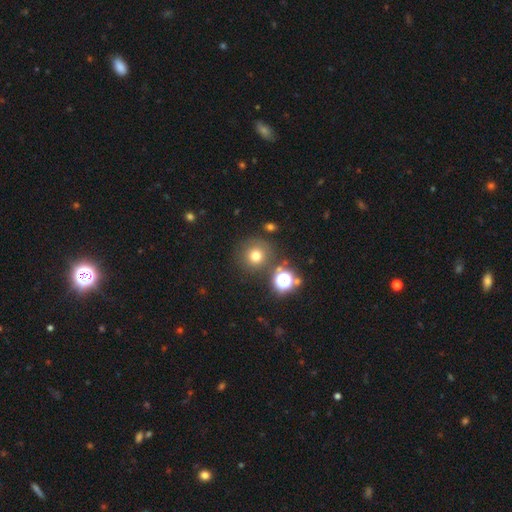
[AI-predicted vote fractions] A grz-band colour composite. It shows a smooth galaxy with no disk features (71%) that is round (94%). Merging: none (81%).